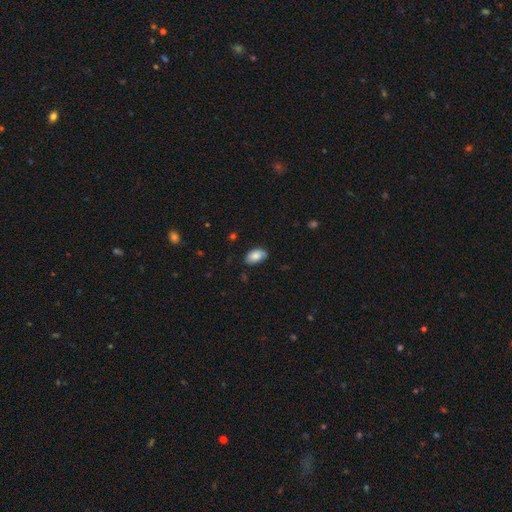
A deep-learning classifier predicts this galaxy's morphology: smooth-or-featured: smooth: 82% | featured or disk: 11% | star or artifact: 7%
  how-rounded: in between: 94% | round: 5% | cigar-shaped: 2%
  merging: none: 73% | minor disturbance: 22% | major disturbance: 4% | merger: 1%